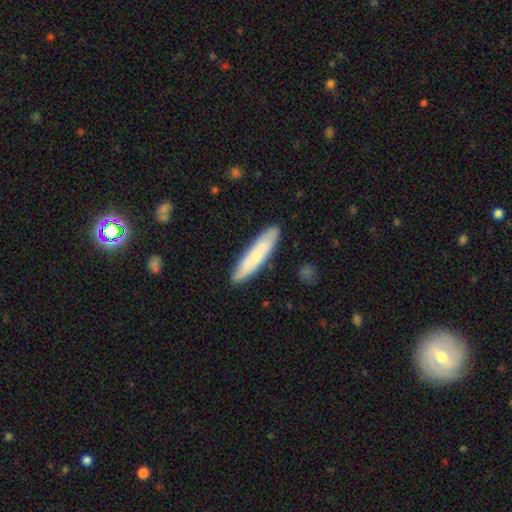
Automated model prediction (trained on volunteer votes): Smooth or featured? Predicted: smooth (p=0.70). How rounded? Predicted: cigar-shaped (p=0.85). Merging? Predicted: none (p=0.88).